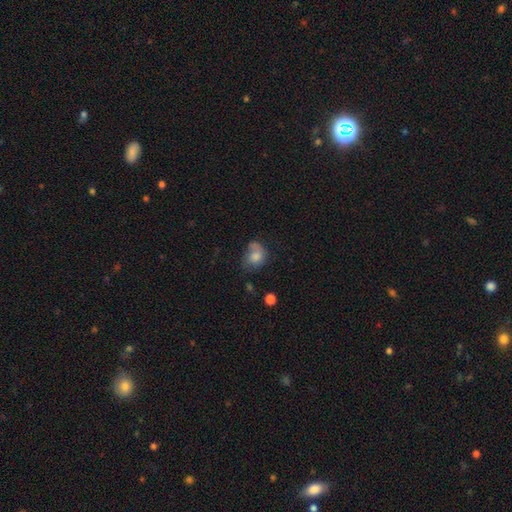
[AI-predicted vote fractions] This appears to be a smooth galaxy with no disk features (72%) that is in between round and cigar-shaped (53%). Merging: none (36%).